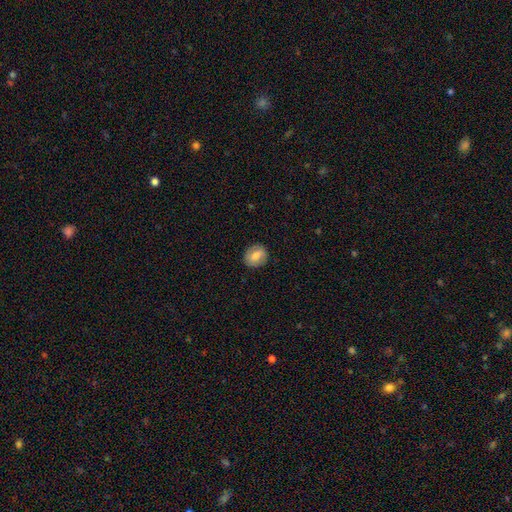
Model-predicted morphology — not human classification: Smooth or featured? Predicted: smooth (p=0.65). How rounded? Predicted: round (p=0.67). Merging? Predicted: none (p=0.87).